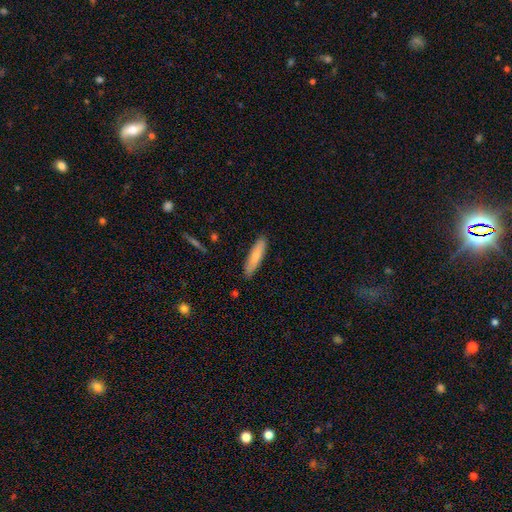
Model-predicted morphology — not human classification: Smooth or featured?
  - smooth: 79% *
  - featured or disk: 16%
  - star or artifact: 6%
How rounded?
  - cigar-shaped: 74% *
  - in between: 25%
  - round: 1%
Merging?
  - none: 86% *
  - minor disturbance: 11%
  - major disturbance: 2%
  - merger: 1%